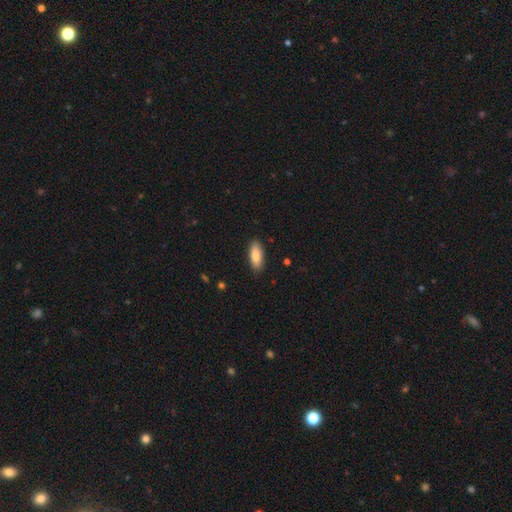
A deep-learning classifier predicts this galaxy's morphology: smooth-or-featured: smooth: 85% | featured or disk: 9% | star or artifact: 6%
  how-rounded: in between: 77% | cigar-shaped: 21% | round: 2%
  merging: none: 86% | minor disturbance: 10% | major disturbance: 2% | merger: 1%